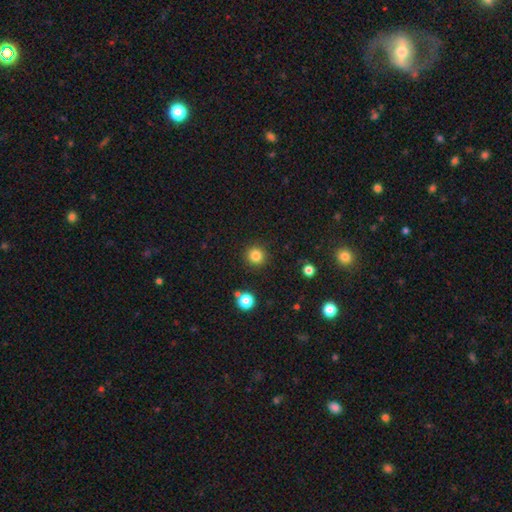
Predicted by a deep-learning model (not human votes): Q: Smooth or featured?
A: smooth (83%); runner-up: star or artifact (12%)
Q: How rounded?
A: round (94%); runner-up: in between (5%)
Q: Merging?
A: none (90%); runner-up: minor disturbance (6%)